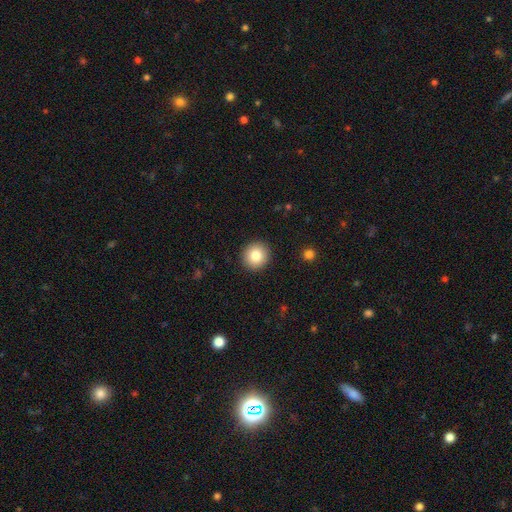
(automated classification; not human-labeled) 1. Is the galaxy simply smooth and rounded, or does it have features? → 83% smooth, 9% star or artifact, 8% featured or disk.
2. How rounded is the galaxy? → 93% round, 6% in between, 1% cigar-shaped.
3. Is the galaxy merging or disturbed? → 92% none, 5% minor disturbance, 2% major disturbance, 1% merger.